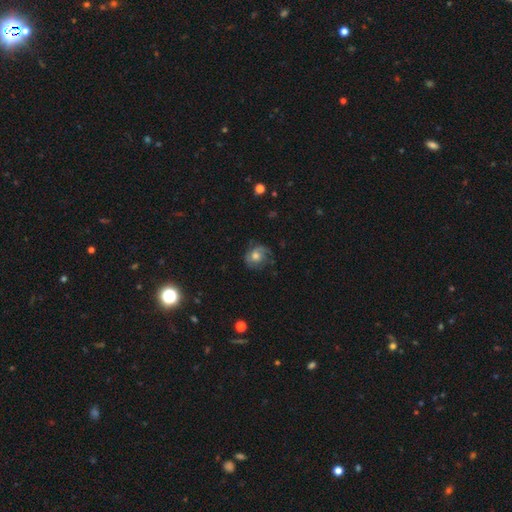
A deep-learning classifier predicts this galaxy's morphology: Smooth or featured? featured or disk (58%)
Edge-on disk? no (97%)
Bar? no (76%)
Spiral arms? yes (84%)
Bulge size? moderate (62%)
Merging? none (65%)